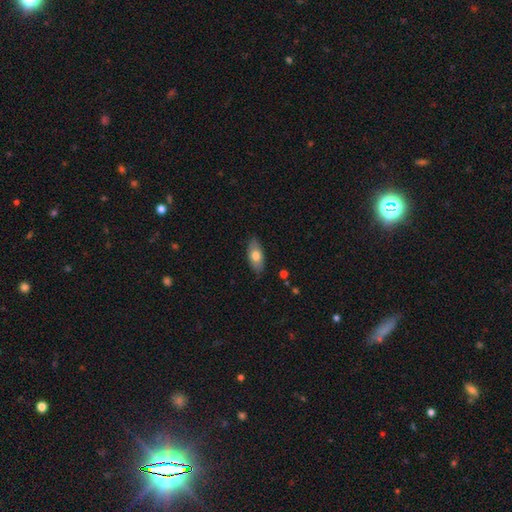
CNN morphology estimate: This is likely a smooth galaxy (70%). How rounded: clearly in between (89%). Merging: clearly none (83%).